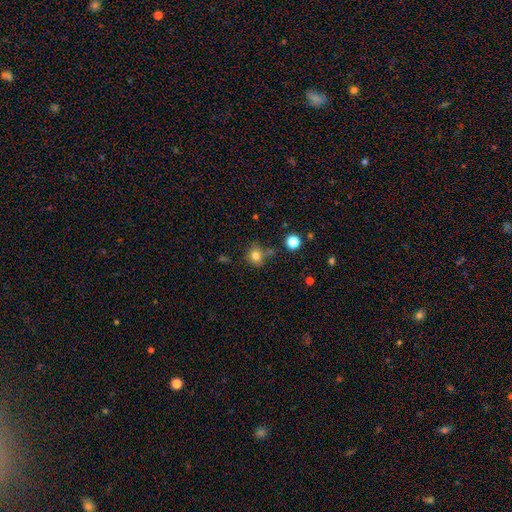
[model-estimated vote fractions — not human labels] The model was most divided on "merging": none: 67%, minor disturbance: 16%, merger: 12%, major disturbance: 5%. More confident: how rounded — round (81%); smooth or featured — smooth (78%).